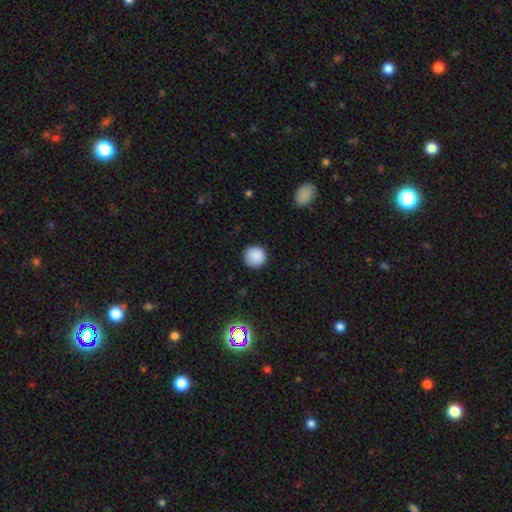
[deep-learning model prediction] smooth_or_featured: smooth (p=0.88) [alt: star or artifact p=0.09]
how_rounded: round (p=0.94) [alt: in between p=0.05]
merging: none (p=0.89) [alt: minor disturbance p=0.07]